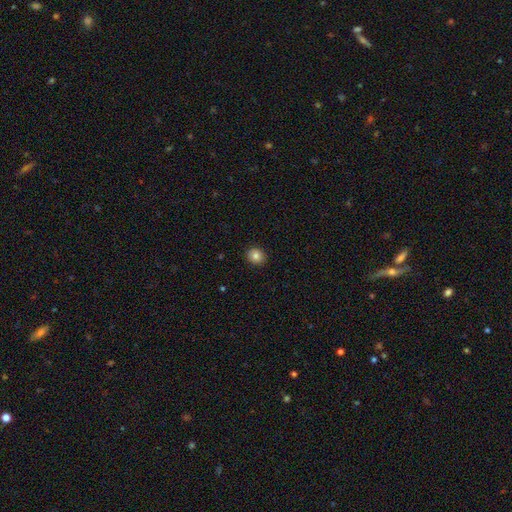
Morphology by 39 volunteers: smooth_or_featured: smooth (p=0.90) [alt: featured or disk p=0.05]
how_rounded: round (p=0.89) [alt: in between p=0.11]
merging: none (p=0.86) [alt: minor disturbance p=0.11]